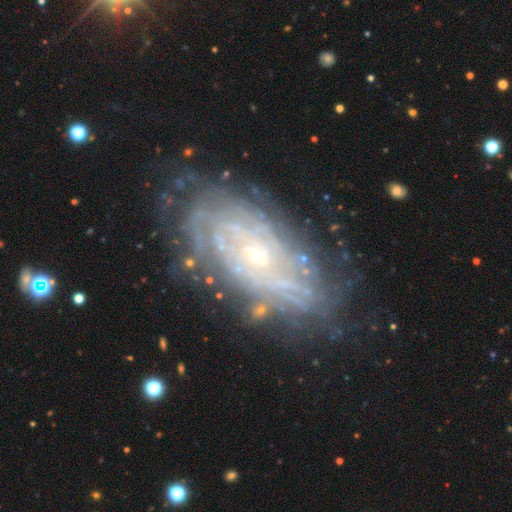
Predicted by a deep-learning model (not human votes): smooth_or_featured: featured or disk (p=0.84) [alt: smooth p=0.09]
disk_edge_on: no (p=0.93) [alt: yes p=0.07]
bar: no (p=0.76) [alt: weak p=0.18]
has_spiral_arms: yes (p=0.92) [alt: no p=0.08]
spiral_winding: tight (p=0.79) [alt: medium p=0.16]
spiral_arm_count: can't tell (p=0.49) [alt: more than 4 p=0.16]
bulge_size: small (p=0.81) [alt: moderate p=0.15]
merging: none (p=0.72) [alt: minor disturbance p=0.18]